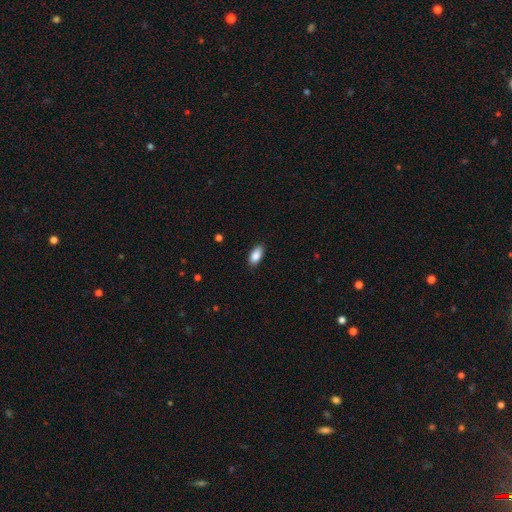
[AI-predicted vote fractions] Q: Smooth or featured?
A: smooth (87%); runner-up: star or artifact (7%)
Q: How rounded?
A: in between (90%); runner-up: cigar-shaped (7%)
Q: Merging?
A: none (86%); runner-up: minor disturbance (11%)